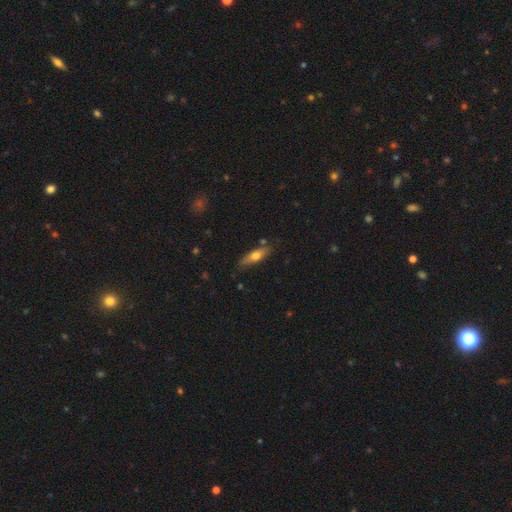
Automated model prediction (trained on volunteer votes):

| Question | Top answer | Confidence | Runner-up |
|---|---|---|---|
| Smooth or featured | smooth | 59% | featured or disk (35%) |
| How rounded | cigar-shaped | 60% | in between (38%) |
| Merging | none | 79% | minor disturbance (15%) |